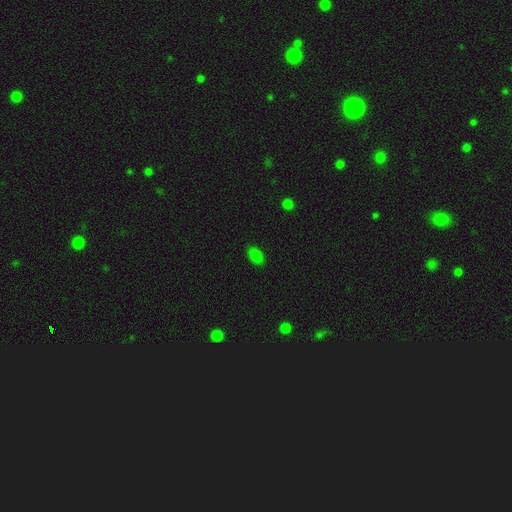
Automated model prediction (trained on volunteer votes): smooth 82%, star or artifact 14%, featured or disk 4%. Down the decision tree: how rounded — in between (90%); merging — none (86%).